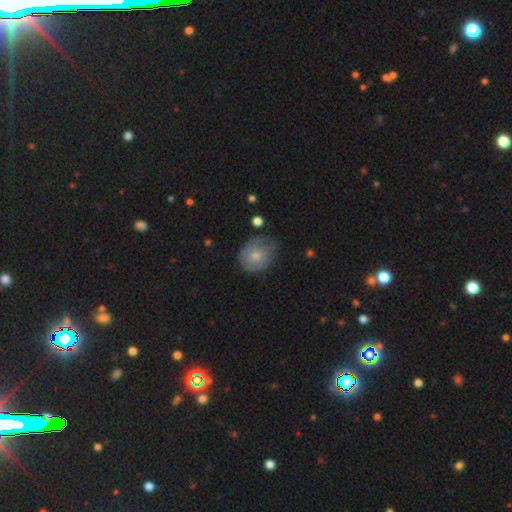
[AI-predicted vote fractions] smooth-or-featured: smooth: 70% | featured or disk: 23% | star or artifact: 7%
  how-rounded: round: 59% | in between: 40% | cigar-shaped: 1%
  merging: none: 56% | minor disturbance: 31% | major disturbance: 11% | merger: 2%